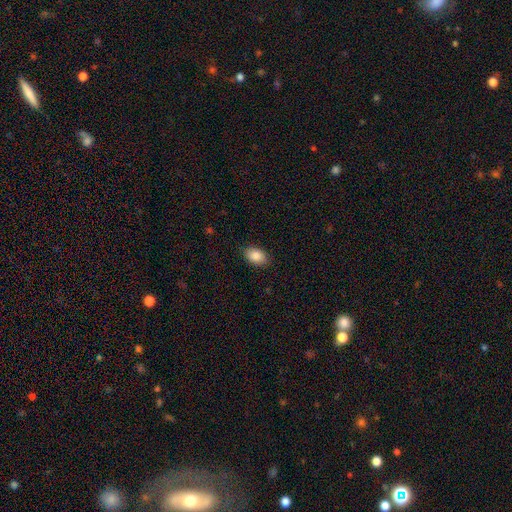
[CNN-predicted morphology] smooth 87%, star or artifact 7%, featured or disk 6%. Down the decision tree: how rounded — in between (87%); merging — none (88%).